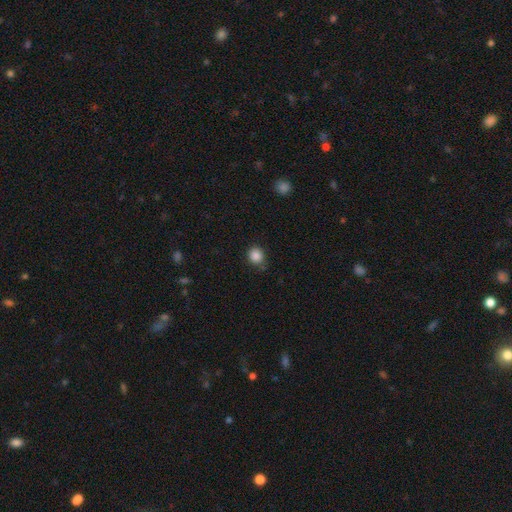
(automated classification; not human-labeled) smooth 86%, star or artifact 10%, featured or disk 4%. Down the decision tree: how rounded — round (85%); merging — none (79%).